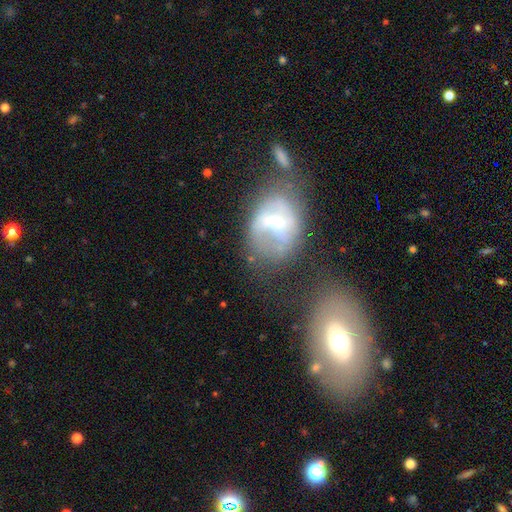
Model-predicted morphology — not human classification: Q: Smooth or featured?
A: featured or disk (64%); runner-up: smooth (25%)
Q: Edge-on disk?
A: no (95%); runner-up: yes (5%)
Q: Bar?
A: weak (43%); runner-up: no (30%)
Q: Spiral arms?
A: yes (57%); runner-up: no (43%)
Q: Bulge size?
A: moderate (52%); runner-up: small (39%)
Q: Merging?
A: none (40%); runner-up: minor disturbance (23%)